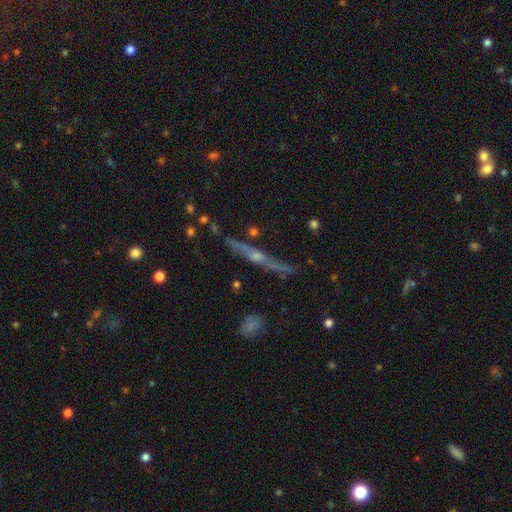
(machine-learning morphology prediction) Smooth or featured?
  - featured or disk: 71% *
  - smooth: 15%
  - star or artifact: 14%
Edge-on disk?
  - yes: 92% *
  - no: 8%
Edge-on bulge?
  - rounded: 83% *
  - none: 12%
  - boxy: 5%
Merging?
  - none: 76% *
  - minor disturbance: 14%
  - major disturbance: 5%
  - merger: 5%